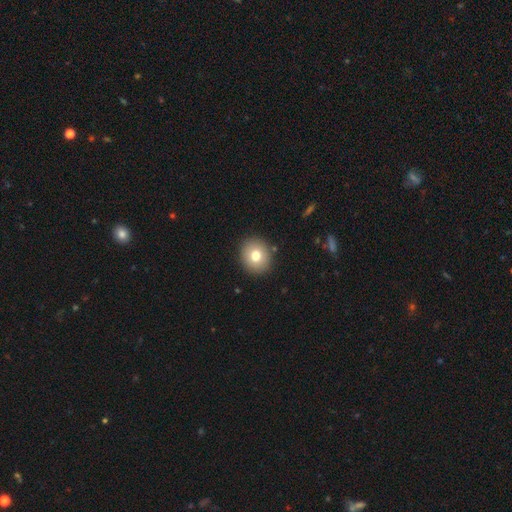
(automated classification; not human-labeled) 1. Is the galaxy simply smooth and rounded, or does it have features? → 76% smooth, 14% featured or disk, 10% star or artifact.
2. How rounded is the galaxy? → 77% round, 22% in between, 1% cigar-shaped.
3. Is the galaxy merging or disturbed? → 90% none, 7% minor disturbance, 2% major disturbance, 2% merger.